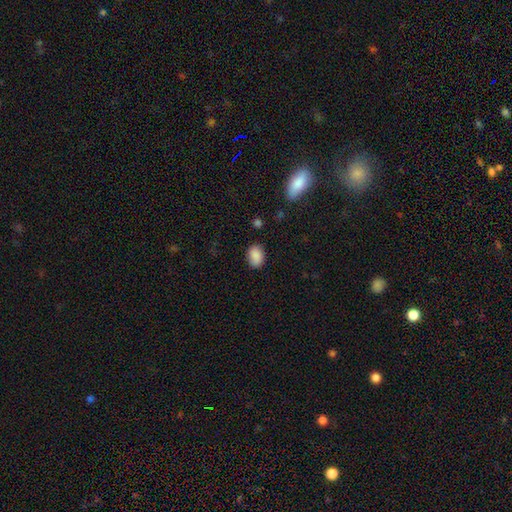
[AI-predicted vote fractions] This is clearly a smooth galaxy (88%). How rounded: clearly in between (81%). Merging: clearly none (83%).